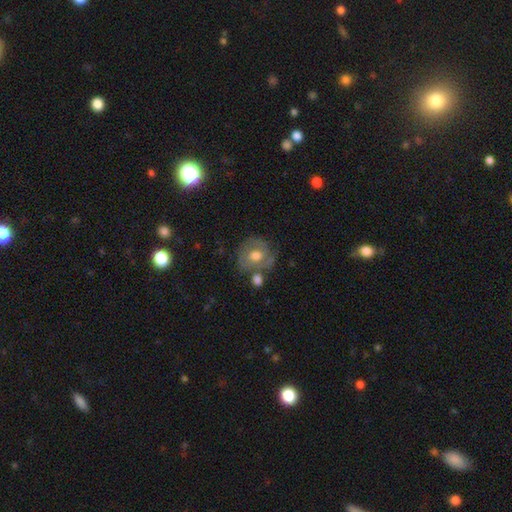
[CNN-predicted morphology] smooth_or_featured: featured or disk (p=0.47) [alt: smooth p=0.45]
merging: none (p=0.61) [alt: minor disturbance p=0.20]